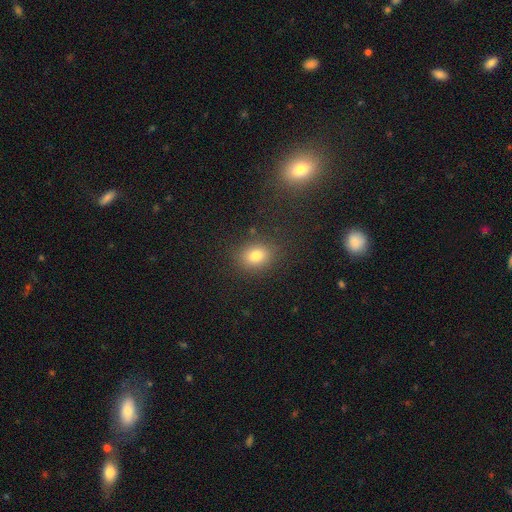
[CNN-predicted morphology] type=smooth (79%); roundness=in between (53%); merging=none (82%).